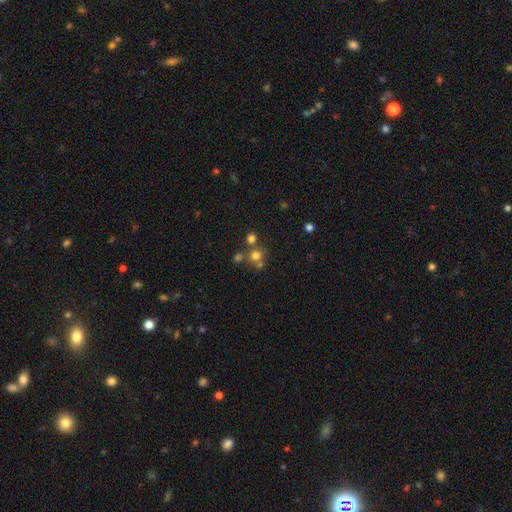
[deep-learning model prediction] A smooth galaxy with no disk features (67%) that is round (88%).

Vote fractions:
- Smooth or featured? smooth: 67% / star or artifact: 22% / featured or disk: 11%
- How rounded? round: 88% / in between: 11% / cigar-shaped: 1%
- Merging? none: 60% / merger: 28% / minor disturbance: 8% / major disturbance: 4%